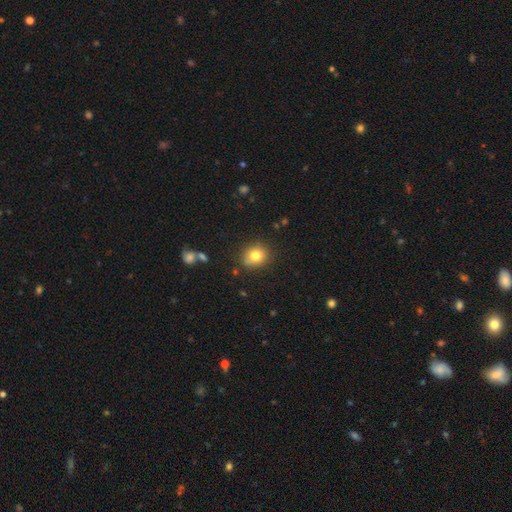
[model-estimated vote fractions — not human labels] Morphology: type=smooth (79%); roundness=round (69%); merging=none (82%).